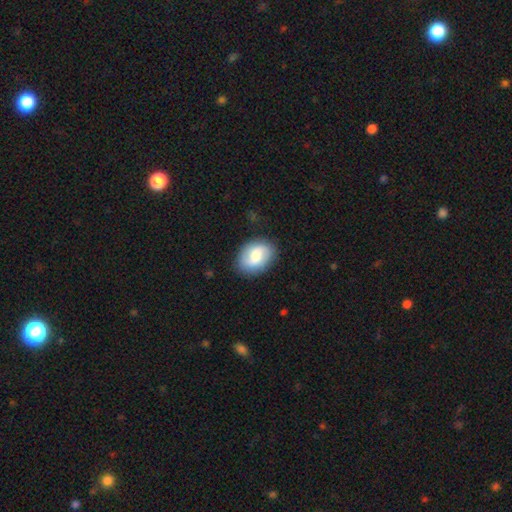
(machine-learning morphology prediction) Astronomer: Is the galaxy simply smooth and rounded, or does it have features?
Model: smooth — 56% (runner-up: featured or disk, 37%).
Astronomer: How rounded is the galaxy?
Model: in between — 76%.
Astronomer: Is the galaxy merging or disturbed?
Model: none — 85%.